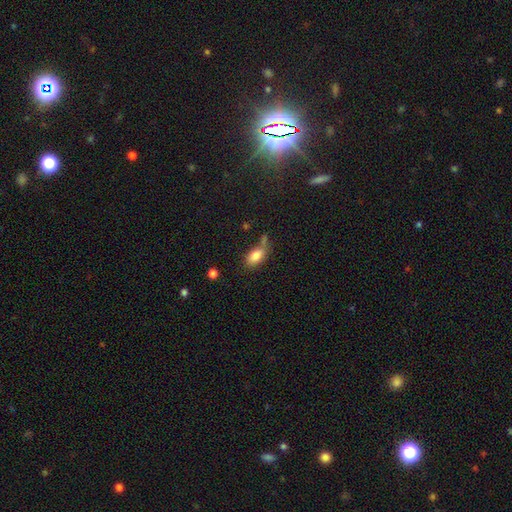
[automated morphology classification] smooth_or_featured: smooth (p=0.81) [alt: featured or disk p=0.10]
how_rounded: in between (p=0.89) [alt: round p=0.06]
merging: none (p=0.46) [alt: minor disturbance p=0.23]